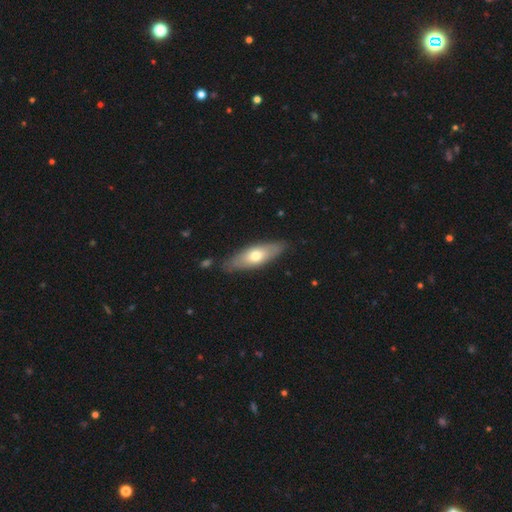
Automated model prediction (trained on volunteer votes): Q: Smooth or featured?
A: smooth (59%); runner-up: featured or disk (36%)
Q: How rounded?
A: in between (57%); runner-up: cigar-shaped (40%)
Q: Merging?
A: none (81%); runner-up: minor disturbance (14%)